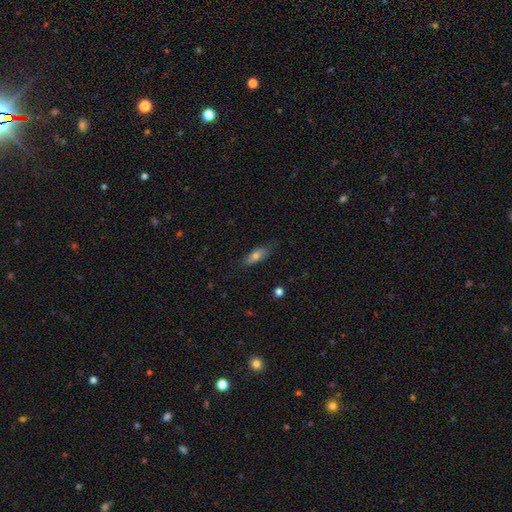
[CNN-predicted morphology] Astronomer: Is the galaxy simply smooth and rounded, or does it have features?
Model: smooth — 67%.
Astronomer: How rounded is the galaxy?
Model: in between — 60% (runner-up: cigar-shaped, 37%).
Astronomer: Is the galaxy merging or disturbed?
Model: none — 77%.